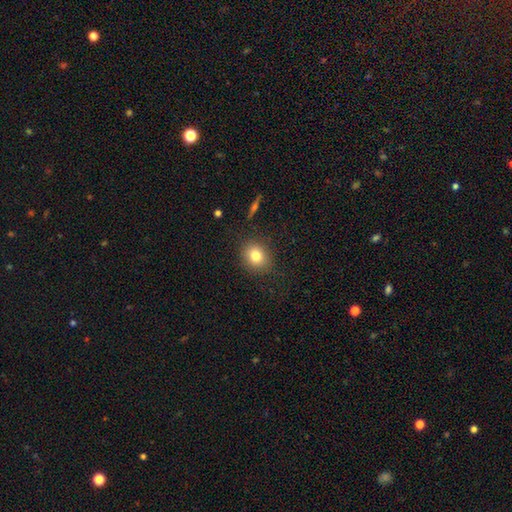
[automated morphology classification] This is likely a smooth galaxy (80%). How rounded: likely round (73%). Merging: clearly none (85%).